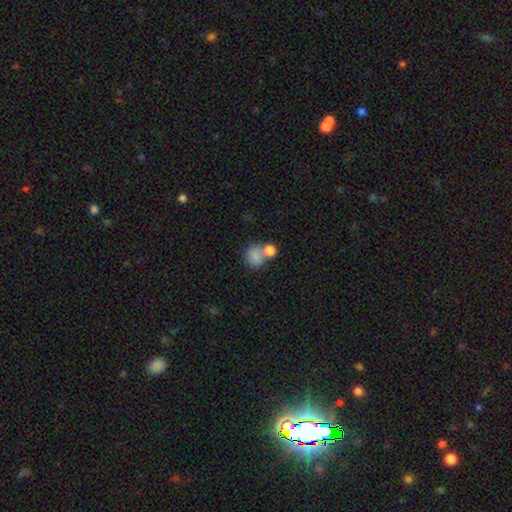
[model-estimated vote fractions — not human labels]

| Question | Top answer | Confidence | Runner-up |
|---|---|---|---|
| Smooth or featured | smooth | 81% | star or artifact (11%) |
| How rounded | round | 77% | in between (22%) |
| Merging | none | 43% | merger (39%) |